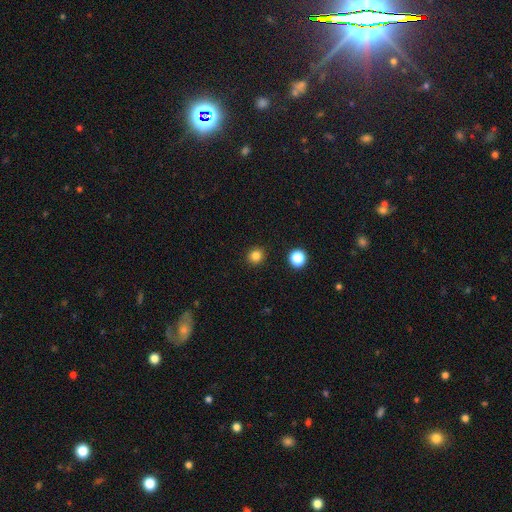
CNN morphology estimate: Smooth or featured? Predicted: smooth (p=0.83). How rounded? Predicted: round (p=0.89). Merging? Predicted: none (p=0.92).